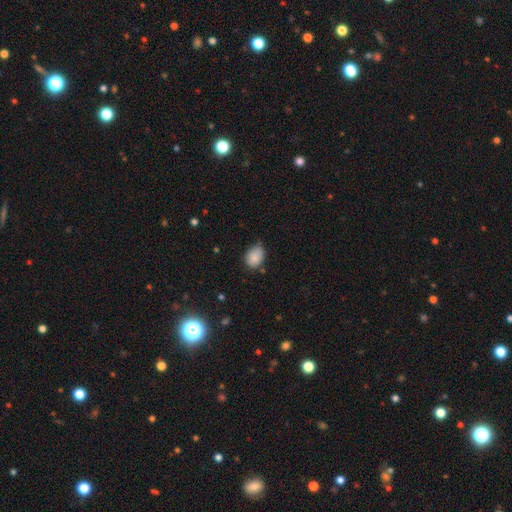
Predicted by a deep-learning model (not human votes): Smooth or featured: smooth — 86% (star or artifact — 8%)
How rounded: in between — 62% (round — 37%)
Merging: none — 58% (minor disturbance — 34%)